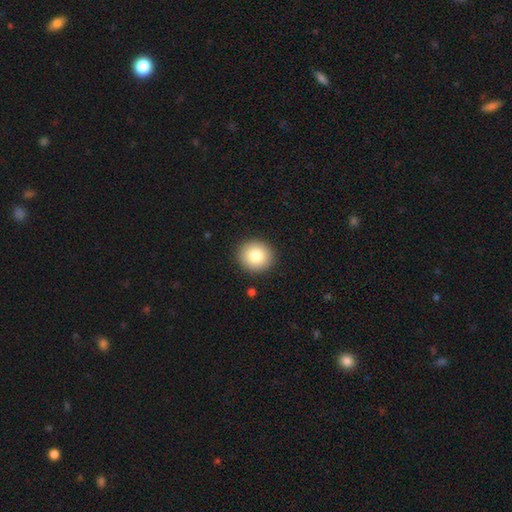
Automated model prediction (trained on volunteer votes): Q: Smooth or featured?
A: smooth (81%); runner-up: featured or disk (10%)
Q: How rounded?
A: round (90%); runner-up: in between (9%)
Q: Merging?
A: none (91%); runner-up: minor disturbance (6%)